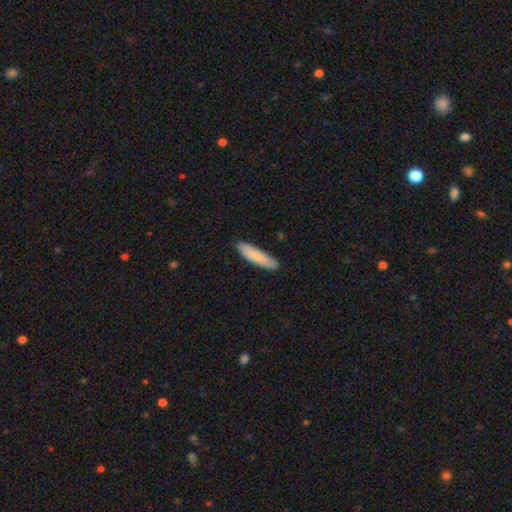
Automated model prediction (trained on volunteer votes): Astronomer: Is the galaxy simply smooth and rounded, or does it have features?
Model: smooth — 84%.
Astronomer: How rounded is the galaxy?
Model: cigar-shaped — 76%.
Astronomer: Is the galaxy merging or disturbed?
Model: none — 86%.